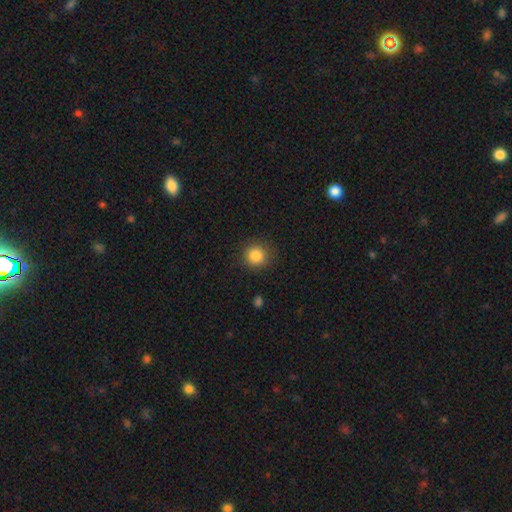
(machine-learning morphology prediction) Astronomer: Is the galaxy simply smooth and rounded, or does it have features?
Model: smooth — 85%.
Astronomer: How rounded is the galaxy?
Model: round — 93%.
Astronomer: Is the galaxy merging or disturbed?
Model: none — 88%.